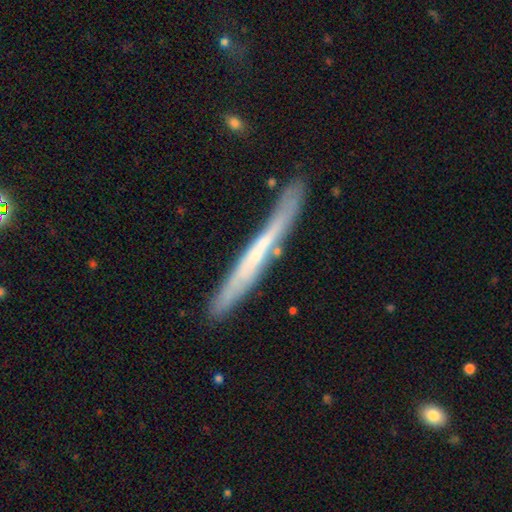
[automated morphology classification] A featured or disk galaxy (58%) viewed edge-on (90%) with no central bulge (73%).

Vote fractions:
- Smooth or featured? featured or disk: 58% / smooth: 36% / star or artifact: 6%
- Edge-on disk? yes: 90% / no: 10%
- Edge-on bulge? none: 73% / rounded: 21% / boxy: 6%
- Merging? none: 79% / minor disturbance: 14% / merger: 4% / major disturbance: 3%